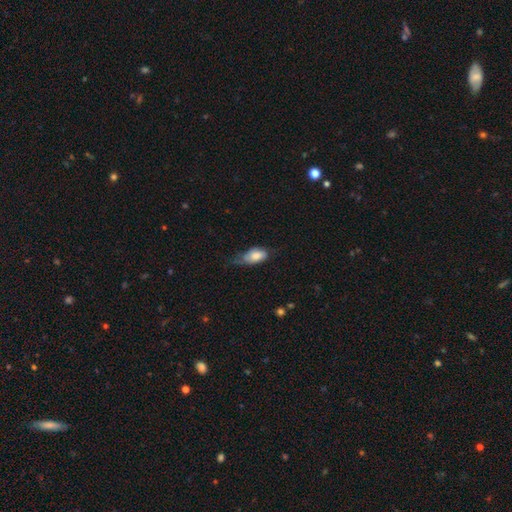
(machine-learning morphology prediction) This is likely a smooth galaxy (76%). How rounded: clearly in between (90%). Merging: marginally minor disturbance (44%).